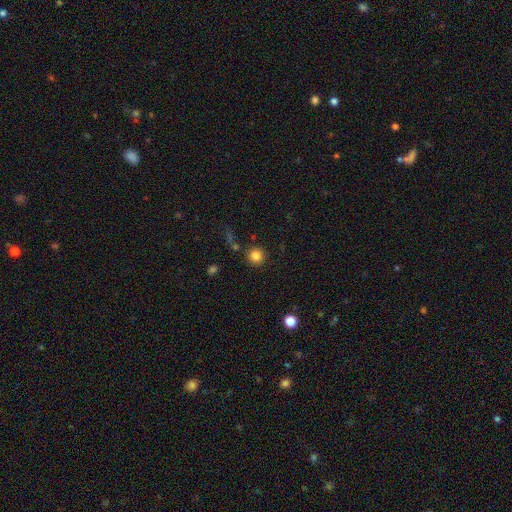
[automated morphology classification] Smooth or featured? Predicted: smooth (p=0.83). How rounded? Predicted: round (p=0.94). Merging? Predicted: none (p=0.85).